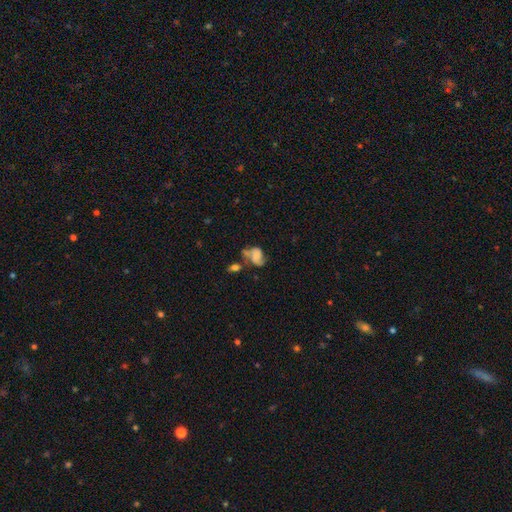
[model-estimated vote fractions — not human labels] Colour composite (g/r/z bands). It shows a featured or disk galaxy (51%). Merging: none (31%).